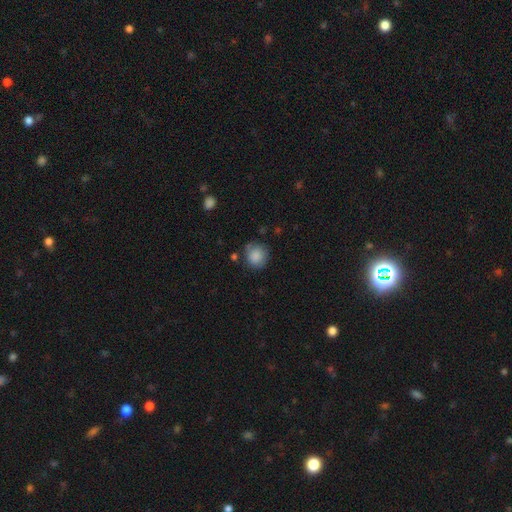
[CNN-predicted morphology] smooth-or-featured: smooth: 86% | star or artifact: 8% | featured or disk: 6%
  how-rounded: round: 87% | in between: 12% | cigar-shaped: 1%
  merging: none: 72% | minor disturbance: 19% | major disturbance: 5% | merger: 4%